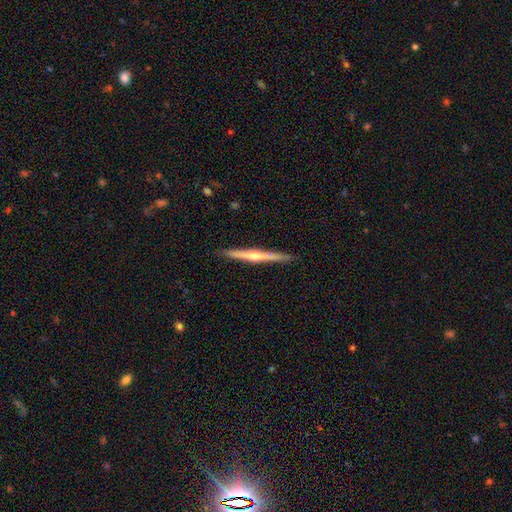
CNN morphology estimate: A featured or disk galaxy (68%) viewed edge-on (98%) with a rounded central bulge (76%).

Vote fractions:
- Smooth or featured? featured or disk: 68% / smooth: 27% / star or artifact: 5%
- Edge-on disk? yes: 98% / no: 2%
- Edge-on bulge? rounded: 76% / none: 18% / boxy: 6%
- Merging? none: 90% / minor disturbance: 7% / major disturbance: 1% / merger: 1%